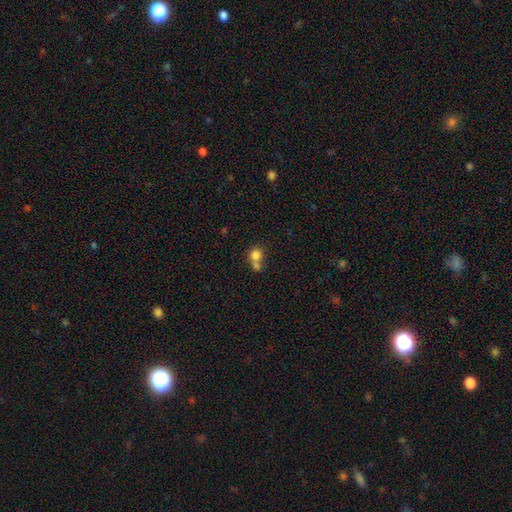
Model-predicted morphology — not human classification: smooth 79%, star or artifact 10%, featured or disk 10%. Down the decision tree: how rounded — round (80%); merging — merger (50%).